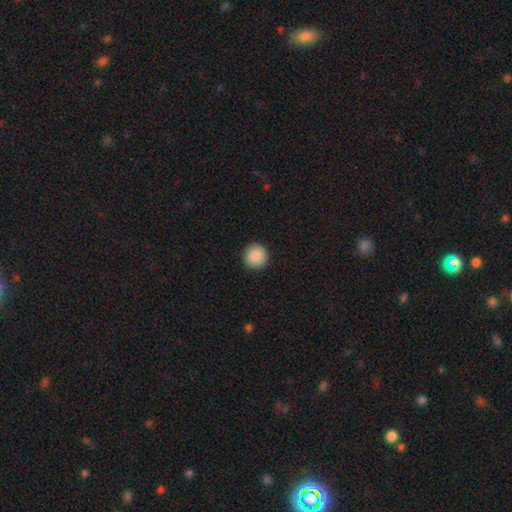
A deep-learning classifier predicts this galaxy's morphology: smooth_or_featured: smooth (p=0.89) [alt: star or artifact p=0.08]
how_rounded: round (p=0.96) [alt: in between p=0.03]
merging: none (p=0.93) [alt: minor disturbance p=0.04]